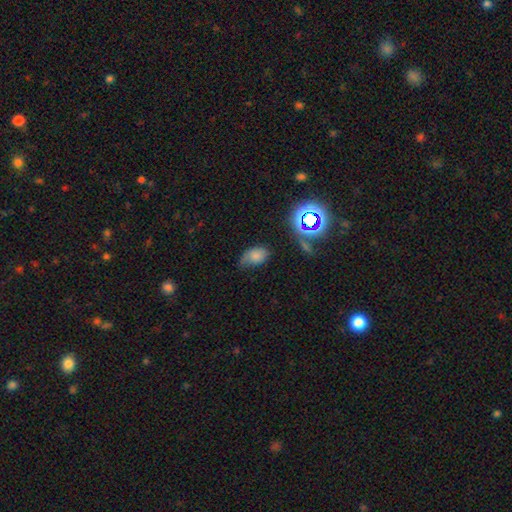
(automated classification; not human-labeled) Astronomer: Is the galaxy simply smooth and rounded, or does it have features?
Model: smooth — 70%.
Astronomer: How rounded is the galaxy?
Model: in between — 86%.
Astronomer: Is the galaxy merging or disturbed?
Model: none — 50% (runner-up: minor disturbance, 36%).